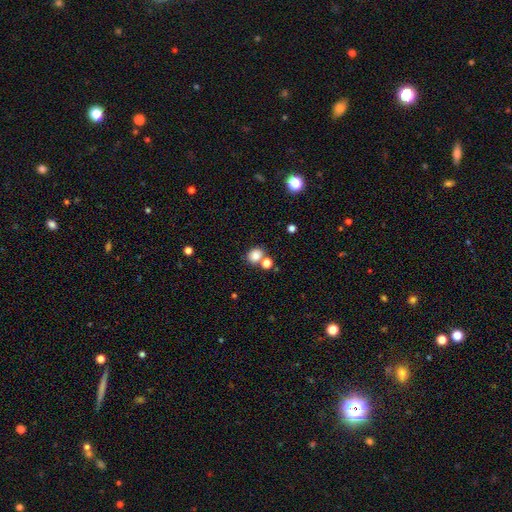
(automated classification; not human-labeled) Smooth or featured? Predicted: smooth (p=0.82). How rounded? Predicted: round (p=0.65). Merging? Predicted: none (p=0.63).